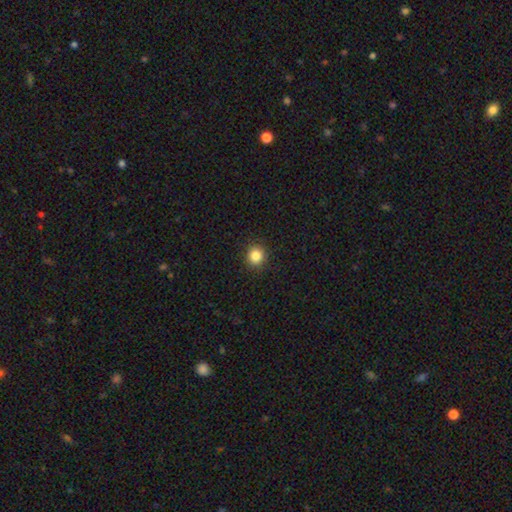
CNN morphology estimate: The model was most divided on "how rounded": round: 86%, in between: 13%, cigar-shaped: 1%. More confident: merging — none (91%); smooth or featured — smooth (85%).